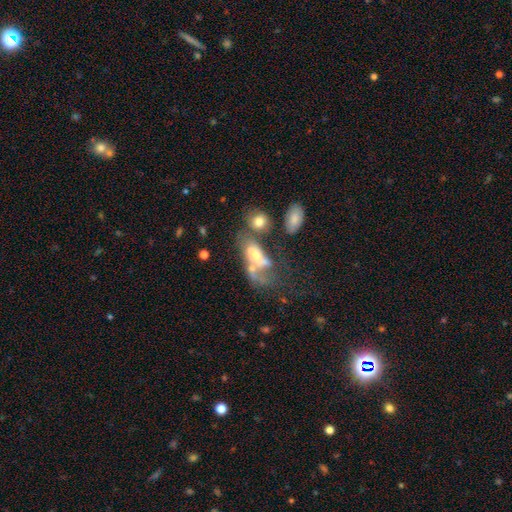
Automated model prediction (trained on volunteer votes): Morphology: type=featured or disk (49%); merging=merger (40%).